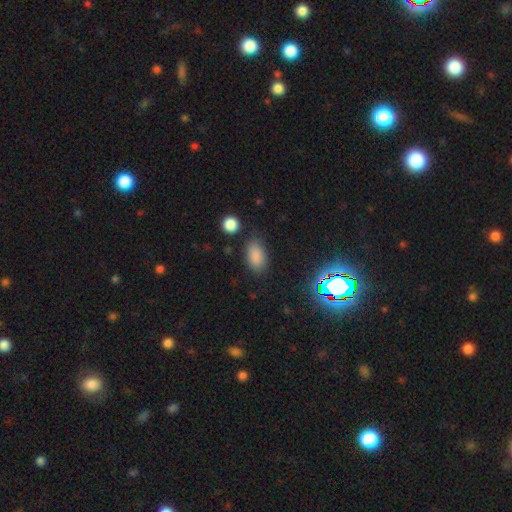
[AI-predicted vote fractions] The model was most divided on "merging": none: 77%, minor disturbance: 15%, major disturbance: 4%, merger: 3%. More confident: how rounded — in between (91%); smooth or featured — smooth (84%).